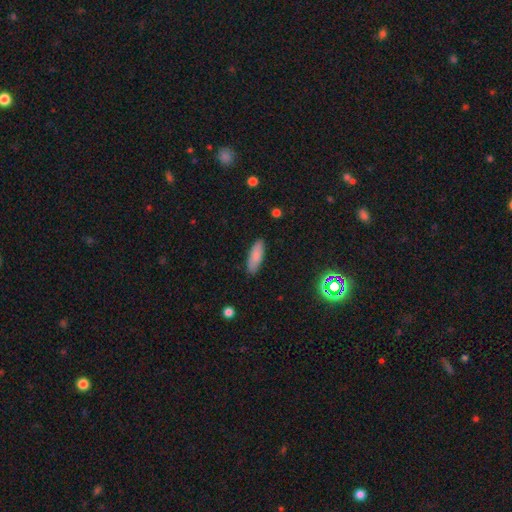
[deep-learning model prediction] A smooth galaxy with no disk features (83%) that is in between round and cigar-shaped (59%).

Vote fractions:
- Smooth or featured? smooth: 83% / featured or disk: 9% / star or artifact: 7%
- How rounded? in between: 59% / cigar-shaped: 39% / round: 2%
- Merging? none: 86% / minor disturbance: 11% / major disturbance: 2% / merger: 1%